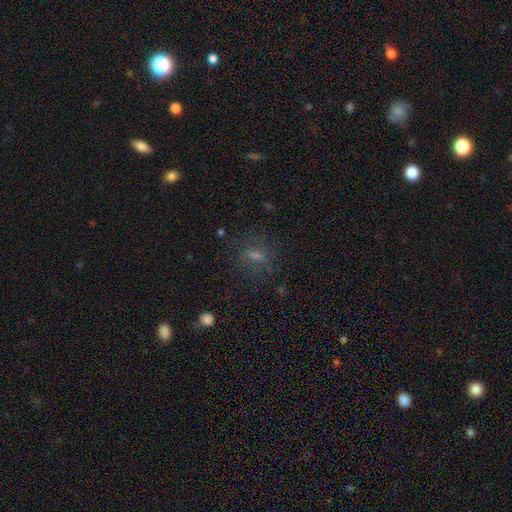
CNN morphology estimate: A smooth galaxy with no disk features (55%) that is in between round and cigar-shaped (57%). Merging: none (70%).